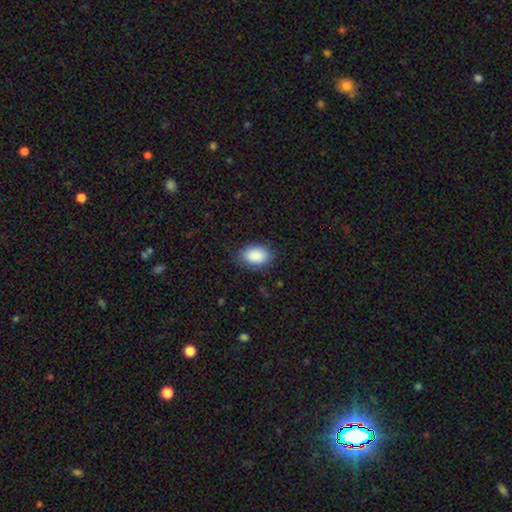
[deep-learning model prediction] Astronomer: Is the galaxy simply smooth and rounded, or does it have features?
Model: smooth — 90%.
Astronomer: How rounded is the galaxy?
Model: in between — 88%.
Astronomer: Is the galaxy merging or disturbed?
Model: none — 83%.